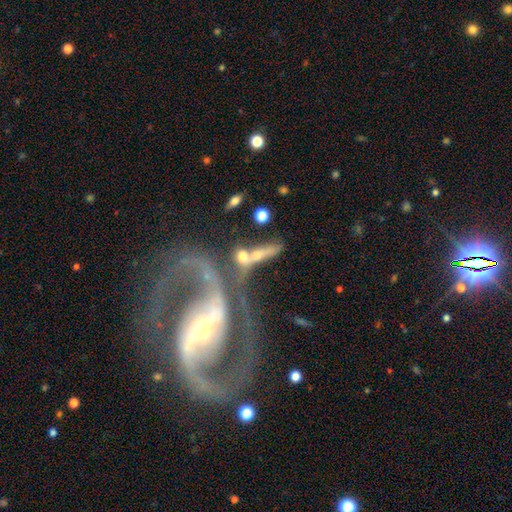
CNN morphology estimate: Smooth or featured? Predicted: featured or disk (p=0.47). Merging? Predicted: merger (p=0.46).